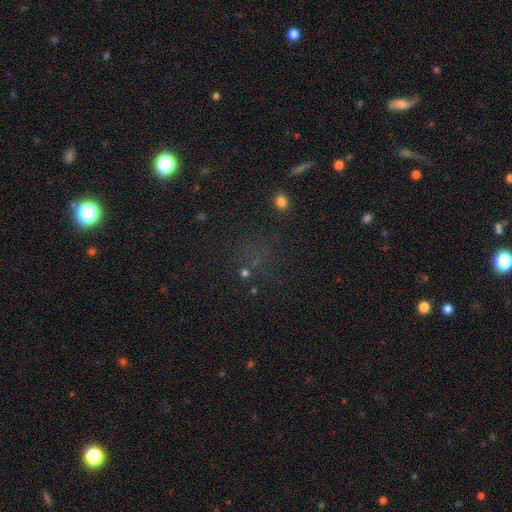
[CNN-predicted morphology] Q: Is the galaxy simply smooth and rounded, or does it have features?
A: star or artifact — 53%.